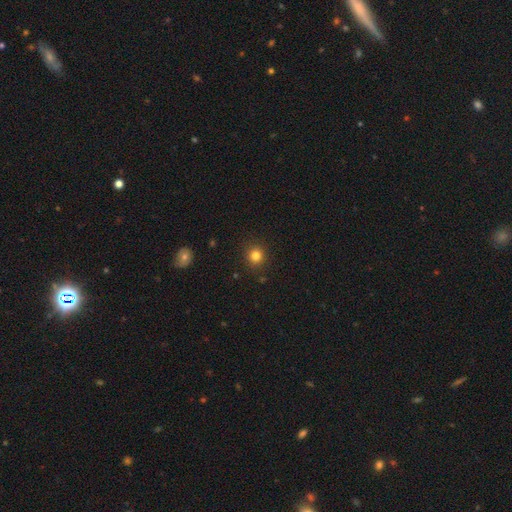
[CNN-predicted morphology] Smooth or featured? Predicted: smooth (p=0.81). How rounded? Predicted: round (p=0.91). Merging? Predicted: none (p=0.90).